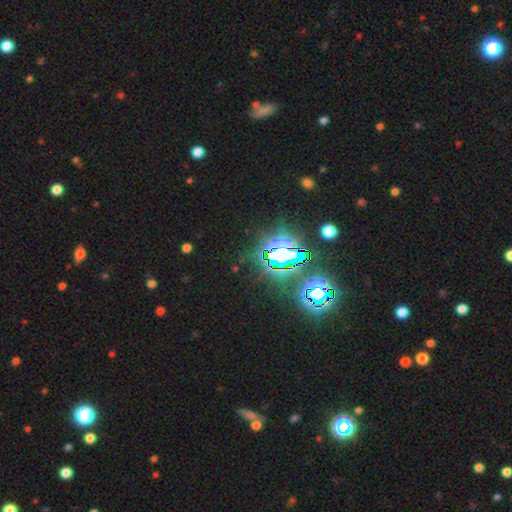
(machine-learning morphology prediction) Smooth or featured? Predicted: star or artifact (p=0.83).